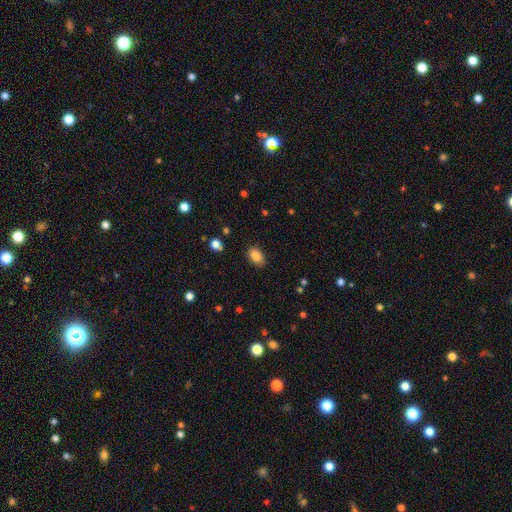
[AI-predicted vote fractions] A smooth galaxy with no disk features (86%) that is in between round and cigar-shaped (87%). Merging: none (86%).